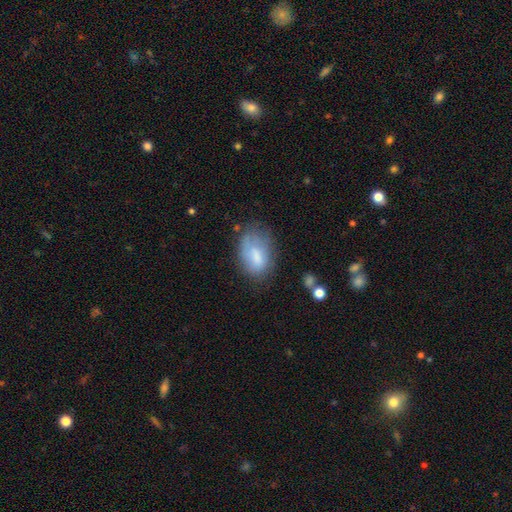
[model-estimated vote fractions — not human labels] Q: Smooth or featured?
A: smooth (69%); runner-up: featured or disk (23%)
Q: How rounded?
A: in between (89%); runner-up: round (9%)
Q: Merging?
A: none (51%); runner-up: minor disturbance (31%)